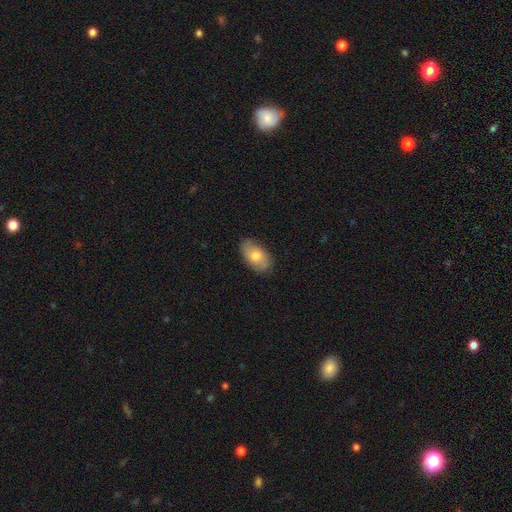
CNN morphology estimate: This appears to be a smooth galaxy with no disk features (73%) that is in between round and cigar-shaped (94%). Merging: none (82%).